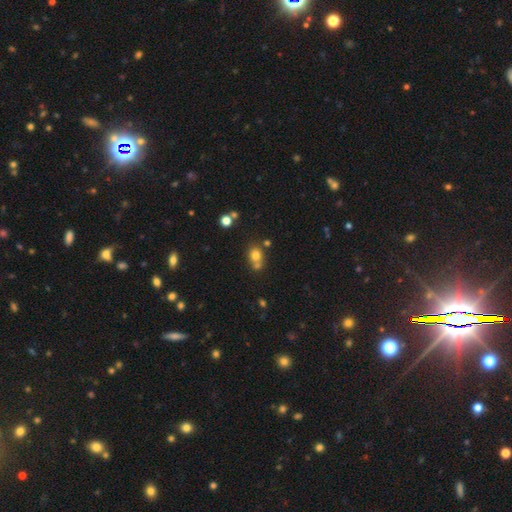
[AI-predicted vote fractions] Smooth or featured? smooth (75%)
How rounded? round (68%)
Merging? none (51%)